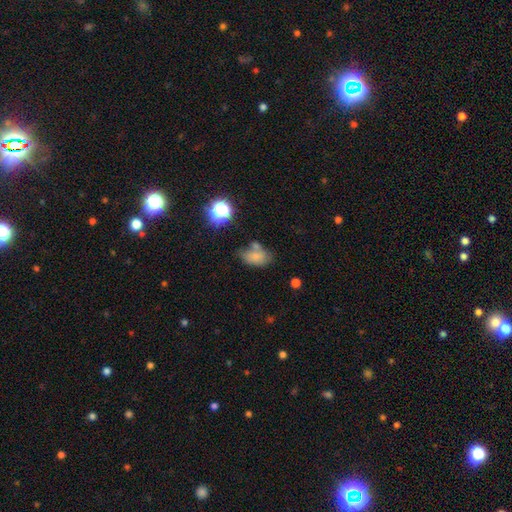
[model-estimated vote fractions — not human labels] smooth_or_featured: smooth (p=0.72) [alt: featured or disk p=0.15]
how_rounded: in between (p=0.85) [alt: round p=0.13]
merging: none (p=0.46) [alt: minor disturbance p=0.24]